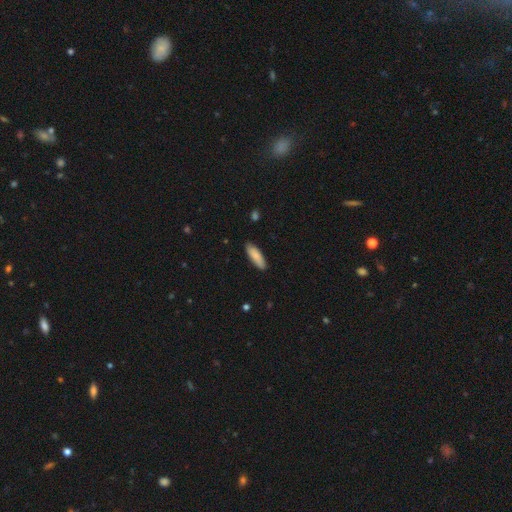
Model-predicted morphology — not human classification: Q: Smooth or featured?
A: smooth (86%); runner-up: featured or disk (9%)
Q: How rounded?
A: in between (51%); runner-up: cigar-shaped (48%)
Q: Merging?
A: none (87%); runner-up: minor disturbance (10%)